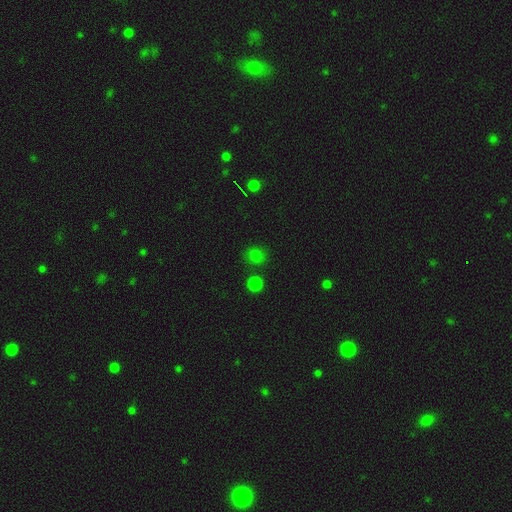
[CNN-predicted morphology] This is likely a smooth galaxy (74%). How rounded: clearly round (82%). Merging: likely none (79%).